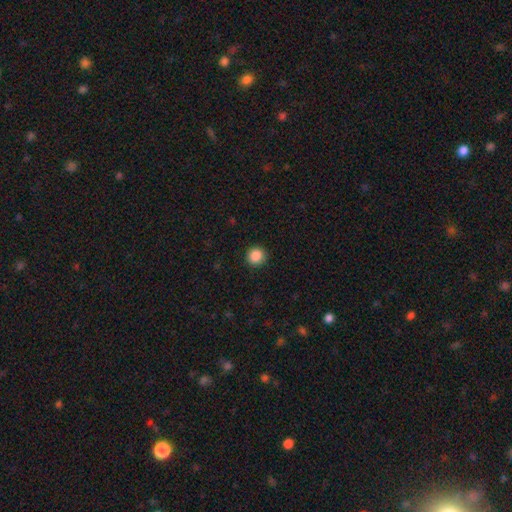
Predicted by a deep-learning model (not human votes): This is clearly a smooth galaxy (87%). How rounded: clearly round (93%). Merging: clearly none (92%).